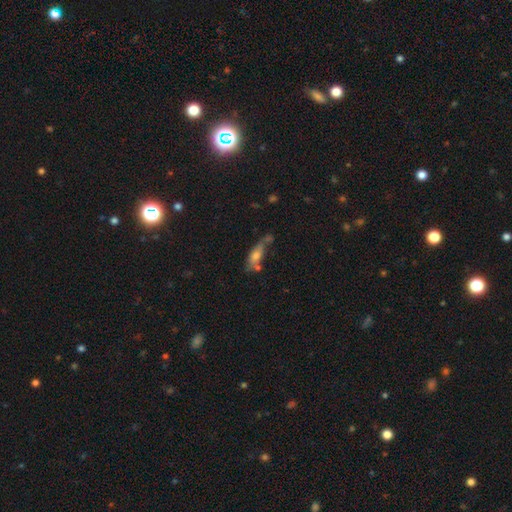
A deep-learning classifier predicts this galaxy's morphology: A smooth galaxy with no disk features (62%) that is in between round and cigar-shaped (64%). Merging: none (39%).